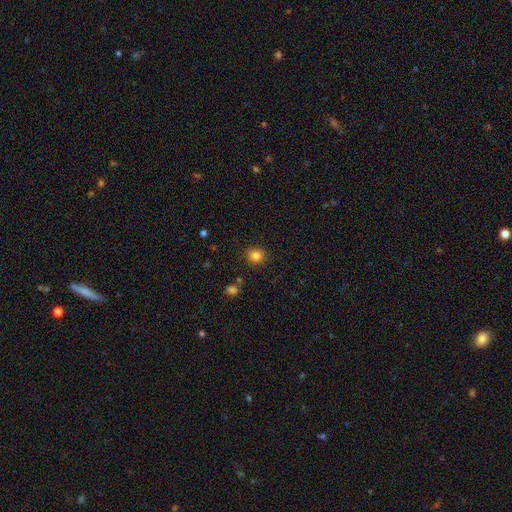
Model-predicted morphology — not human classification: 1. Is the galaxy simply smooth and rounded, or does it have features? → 83% smooth, 12% star or artifact, 5% featured or disk.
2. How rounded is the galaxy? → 84% round, 15% in between, 1% cigar-shaped.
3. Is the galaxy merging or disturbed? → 88% none, 8% minor disturbance, 2% major disturbance, 2% merger.